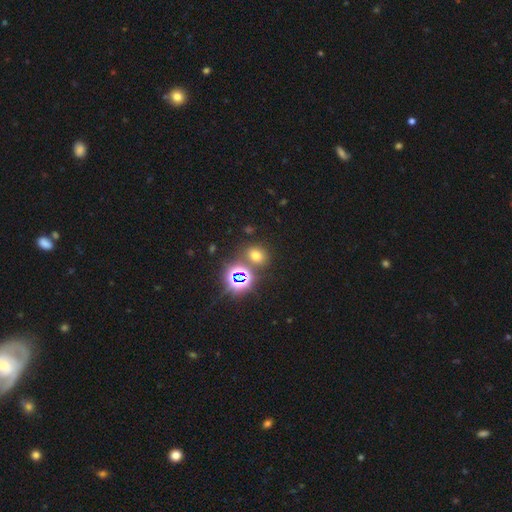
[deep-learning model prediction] A smooth galaxy with no disk features (60%) that is round (55%). Merging: none (76%).